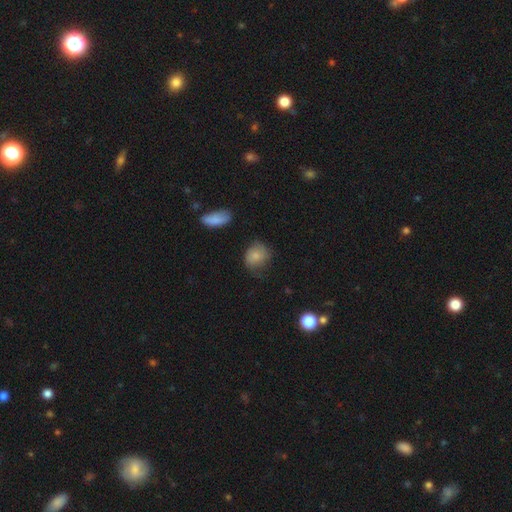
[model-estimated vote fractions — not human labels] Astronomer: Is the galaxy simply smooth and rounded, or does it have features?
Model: smooth — 76%.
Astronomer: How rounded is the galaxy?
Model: round — 63%.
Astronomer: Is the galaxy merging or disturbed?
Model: none — 56%.